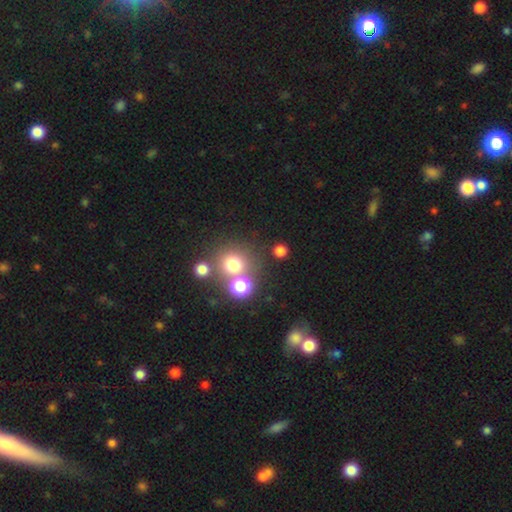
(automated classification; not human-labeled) Smooth or featured: smooth — 53% (star or artifact — 36%)
How rounded: round — 87% (in between — 11%)
Merging: none — 64% (merger — 25%)